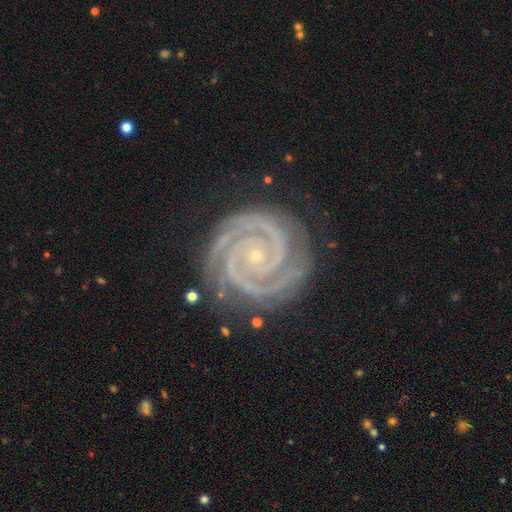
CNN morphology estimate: This is clearly a featured or disk galaxy (94%). It is clearly not viewed edge-on (98%). Bar: likely no (72%). Spiral arm pattern: clearly yes (99%). Spiral arm count: likely 2 (75%). Spiral winding: clearly tight (88%). Central bulge: clearly small (87%). Merging: clearly none (83%).